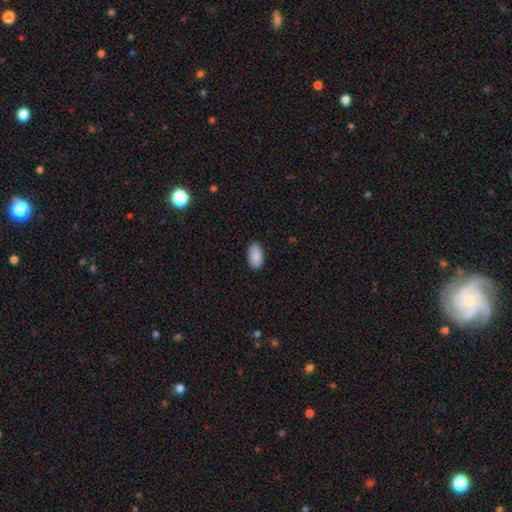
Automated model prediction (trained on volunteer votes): Smooth or featured? smooth (90%)
How rounded? in between (95%)
Merging? none (86%)